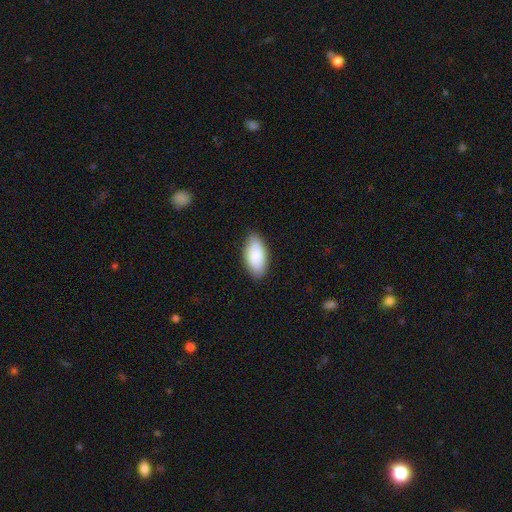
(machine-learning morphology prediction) Q: Smooth or featured?
A: smooth (87%); runner-up: featured or disk (7%)
Q: How rounded?
A: in between (93%); runner-up: cigar-shaped (5%)
Q: Merging?
A: none (85%); runner-up: minor disturbance (12%)